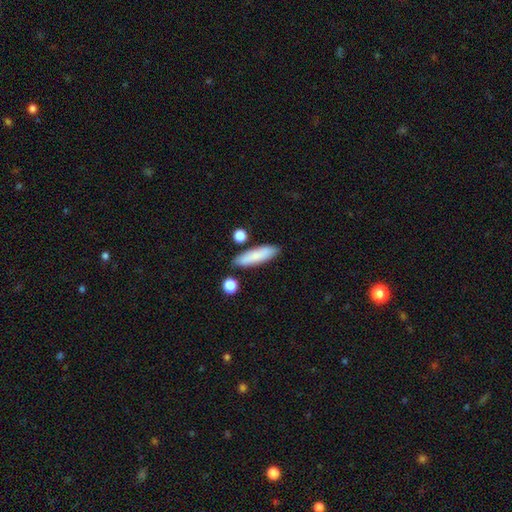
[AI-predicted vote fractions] The model was most divided on "how rounded": cigar-shaped: 60%, in between: 37%, round: 2%. More confident: merging — none (82%); smooth or featured — smooth (81%).